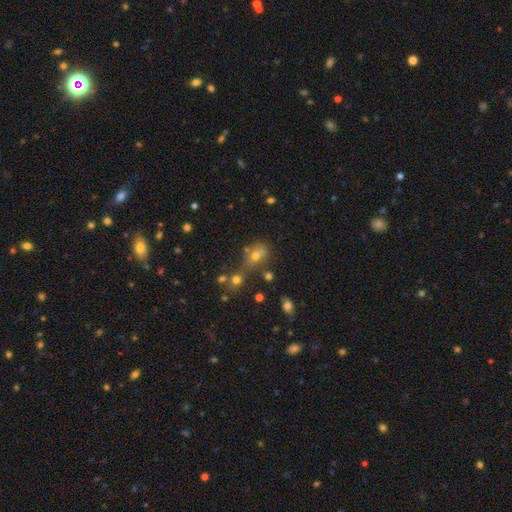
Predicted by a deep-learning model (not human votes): Smooth or featured? smooth (58%)
How rounded? in between (59%)
Merging? none (46%)